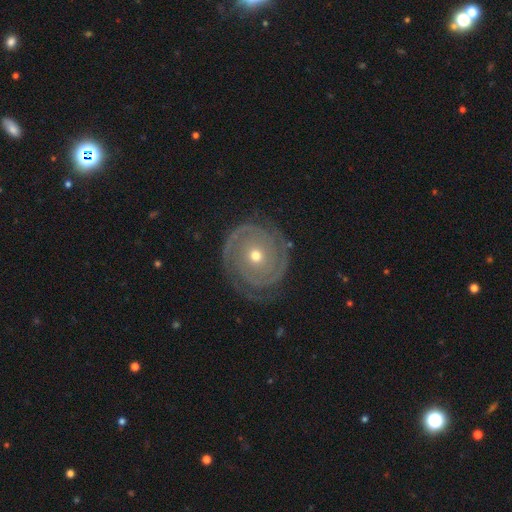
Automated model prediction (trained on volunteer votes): Morphology: type=featured or disk (88%); edge-on=no (98%); bar=no (81%); spiral arms=yes (96%); winding=tight (82%); arm count=2 (64%); bulge=moderate (53%); merging=none (79%).